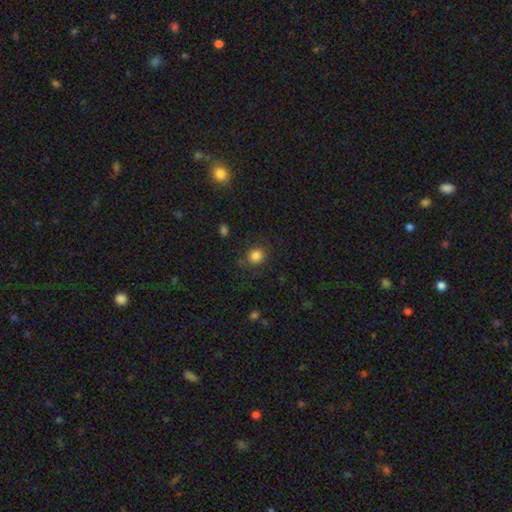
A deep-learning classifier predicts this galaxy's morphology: Q: Smooth or featured?
A: smooth (84%); runner-up: star or artifact (11%)
Q: How rounded?
A: round (85%); runner-up: in between (14%)
Q: Merging?
A: none (80%); runner-up: minor disturbance (13%)